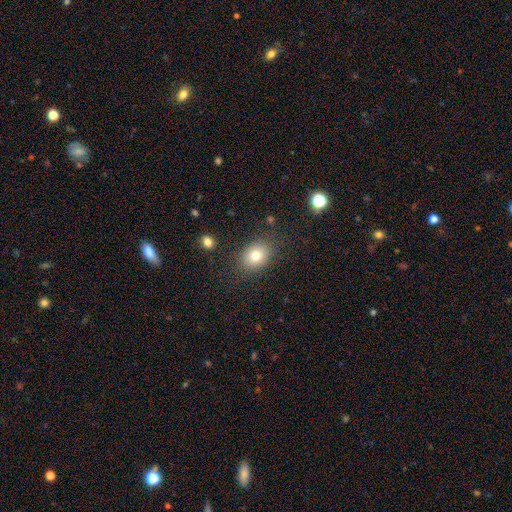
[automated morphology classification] Q: Smooth or featured?
A: smooth (78%); runner-up: featured or disk (11%)
Q: How rounded?
A: in between (59%); runner-up: round (40%)
Q: Merging?
A: none (82%); runner-up: minor disturbance (12%)